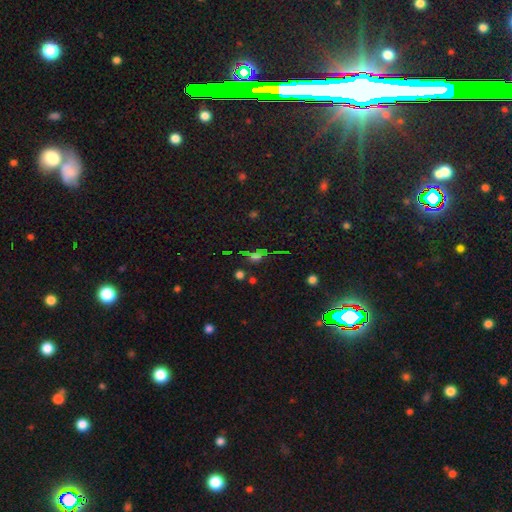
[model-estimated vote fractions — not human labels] smooth-or-featured: smooth: 44% | star or artifact: 38% | featured or disk: 18%
  merging: none: 48% | minor disturbance: 20% | major disturbance: 18% | merger: 14%